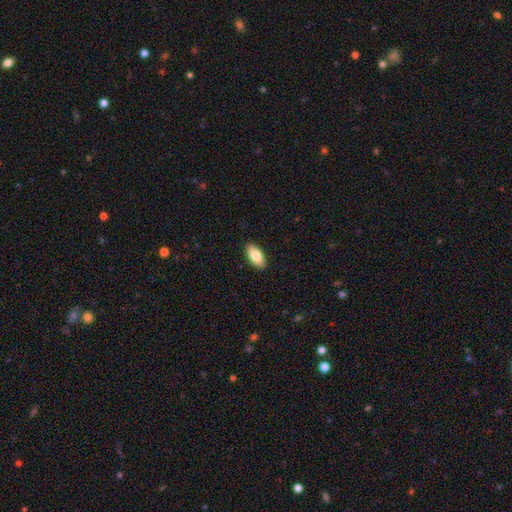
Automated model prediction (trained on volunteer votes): Smooth or featured? Predicted: smooth (p=0.83). How rounded? Predicted: in between (p=0.93). Merging? Predicted: none (p=0.90).